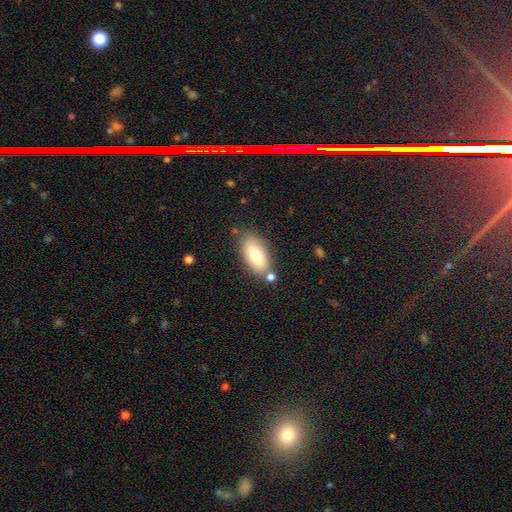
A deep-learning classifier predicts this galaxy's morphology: Q: Smooth or featured?
A: smooth (73%); runner-up: featured or disk (19%)
Q: How rounded?
A: in between (90%); runner-up: cigar-shaped (7%)
Q: Merging?
A: none (72%); runner-up: minor disturbance (14%)